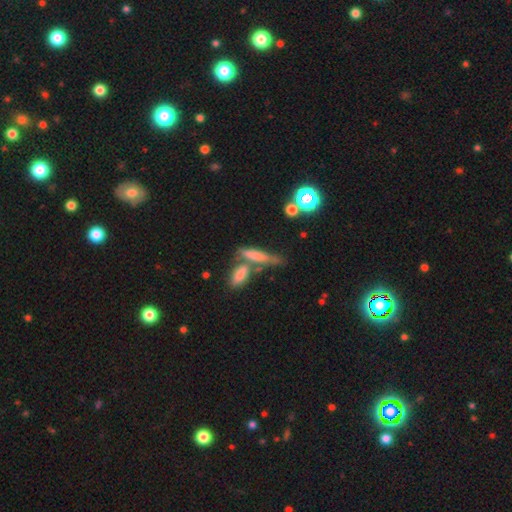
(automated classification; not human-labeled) smooth-or-featured: smooth: 68% | featured or disk: 22% | star or artifact: 10%
  how-rounded: cigar-shaped: 64% | in between: 32% | round: 4%
  merging: merger: 39% (tied) | none: 39% (tied) | minor disturbance: 14% | major disturbance: 7%